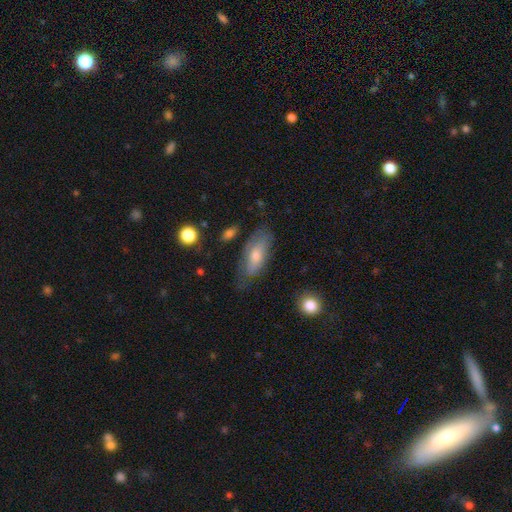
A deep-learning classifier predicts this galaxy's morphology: This is possibly a smooth galaxy (57%). How rounded: clearly in between (80%). Merging: likely none (64%).